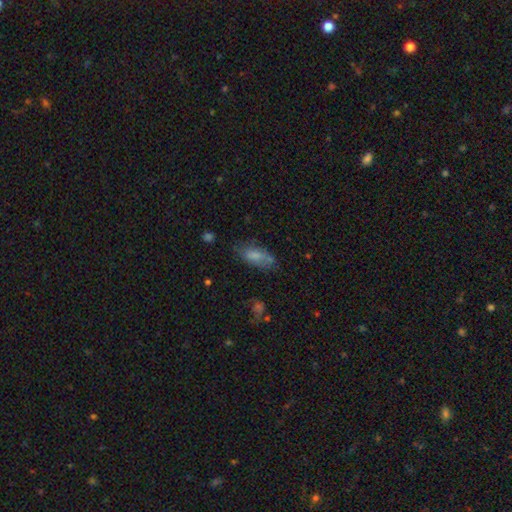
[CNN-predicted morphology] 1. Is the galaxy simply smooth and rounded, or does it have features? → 73% smooth, 19% featured or disk, 8% star or artifact.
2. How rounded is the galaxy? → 80% in between, 18% cigar-shaped, 2% round.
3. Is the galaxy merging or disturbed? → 61% none, 25% minor disturbance, 9% major disturbance, 5% merger.